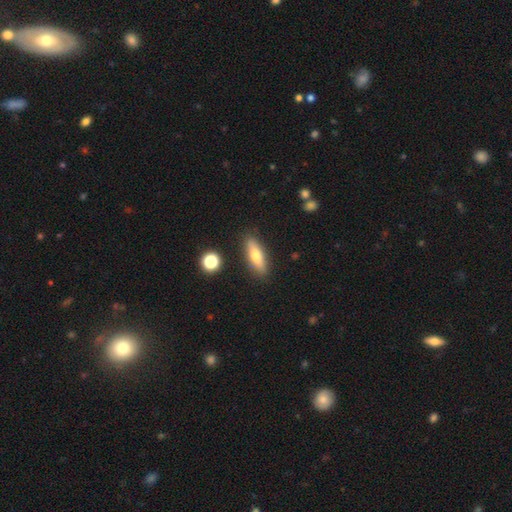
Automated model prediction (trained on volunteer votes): Smooth or featured?
  - smooth: 65% *
  - featured or disk: 28%
  - star or artifact: 7%
How rounded?
  - cigar-shaped: 50% *
  - in between: 47%
  - round: 3%
Merging?
  - none: 86% *
  - minor disturbance: 9%
  - merger: 2%
  - major disturbance: 2%